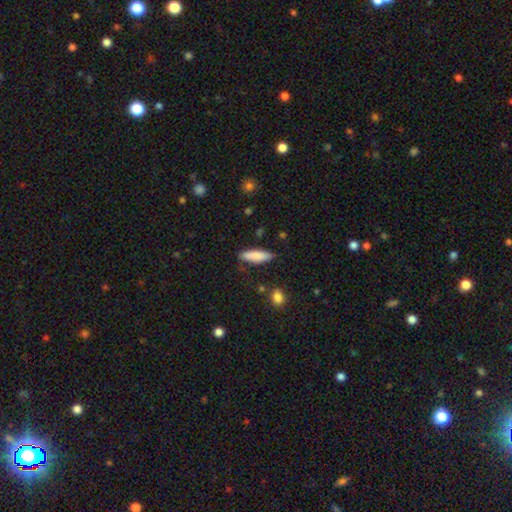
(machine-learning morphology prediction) smooth_or_featured: smooth (p=0.83) [alt: featured or disk p=0.11]
how_rounded: cigar-shaped (p=0.60) [alt: in between p=0.38]
merging: none (p=0.79) [alt: minor disturbance p=0.16]